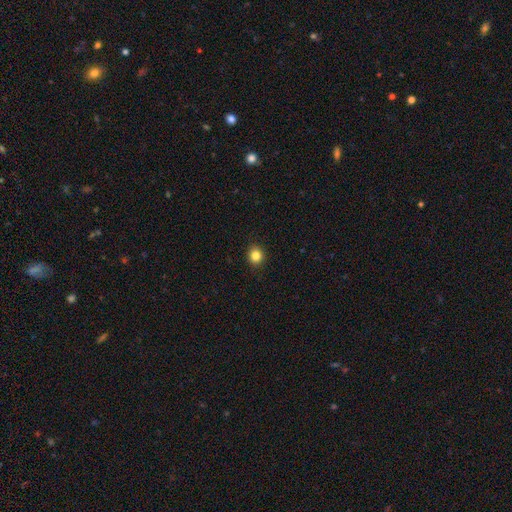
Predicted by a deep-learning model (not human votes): Smooth or featured? smooth (84%)
How rounded? round (82%)
Merging? none (92%)